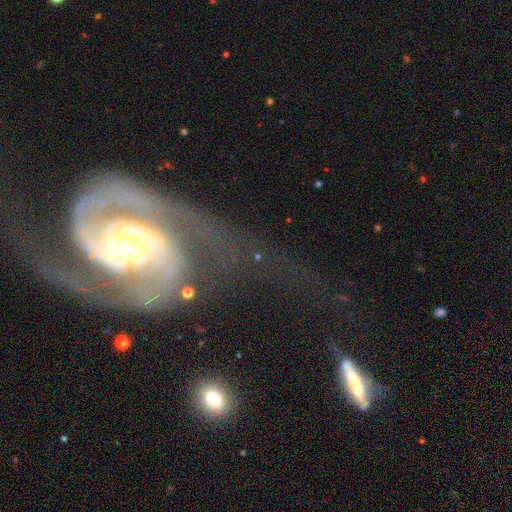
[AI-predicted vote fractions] featured or disk 90%, star or artifact 5%, smooth 4%. Down the decision tree: edge-on disk — no (97%); bar — no (42%); spiral arms — yes (97%); spiral arm count — 2 (84%); spiral winding — medium (46%); bulge size — moderate (61%); merging — none (46%).